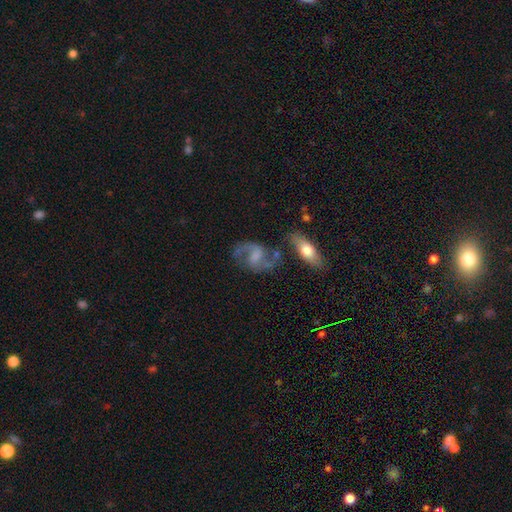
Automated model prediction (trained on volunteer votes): The model was most divided on "bulge size": none: 36%, moderate: 27%, small: 25%, large: 10%, dominant: 2%. Remaining: edge-on disk — no (96%); spiral arms — yes (93%); spiral arm count — 2 (90%); smooth or featured — featured or disk (81%); merging — none (62%); spiral winding — medium (51%); bar — weak (49%).